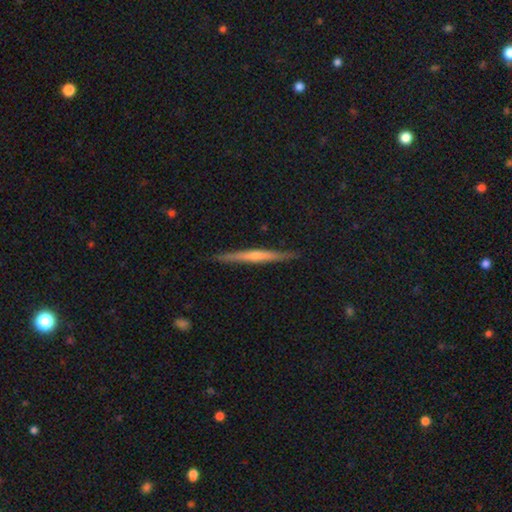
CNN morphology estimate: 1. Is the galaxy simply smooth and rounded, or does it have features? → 69% featured or disk, 22% smooth, 9% star or artifact.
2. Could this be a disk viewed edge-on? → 98% yes, 2% no.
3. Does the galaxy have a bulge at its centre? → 62% rounded, 29% none, 8% boxy.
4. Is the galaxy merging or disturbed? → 92% none, 6% minor disturbance, 1% major disturbance, 1% merger.